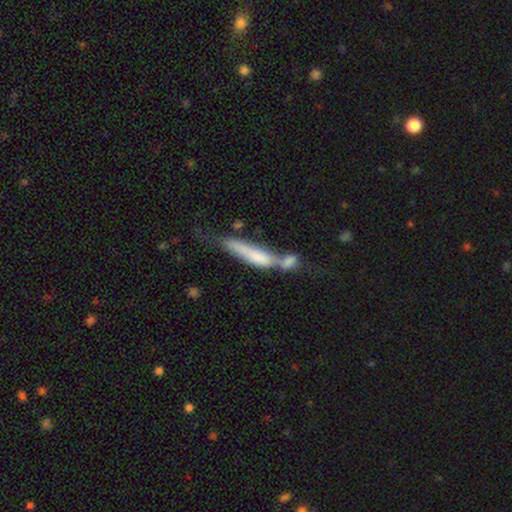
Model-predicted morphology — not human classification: Smooth or featured? Predicted: smooth (p=0.58). How rounded? Predicted: cigar-shaped (p=0.78). Merging? Predicted: merger (p=0.58).